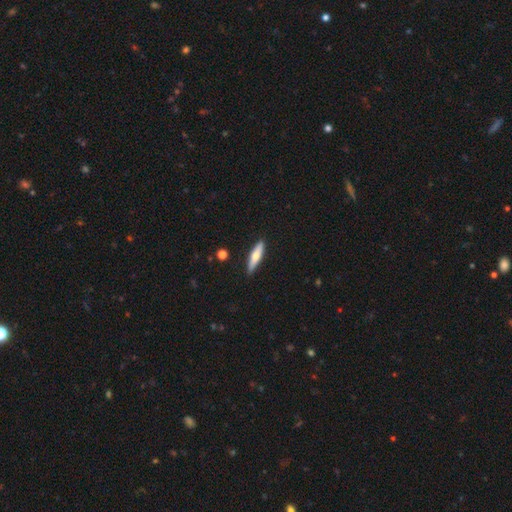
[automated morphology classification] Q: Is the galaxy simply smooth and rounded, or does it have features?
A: smooth — 59%.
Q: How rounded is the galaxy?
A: cigar-shaped — 76%.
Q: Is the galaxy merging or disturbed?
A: none — 89%.